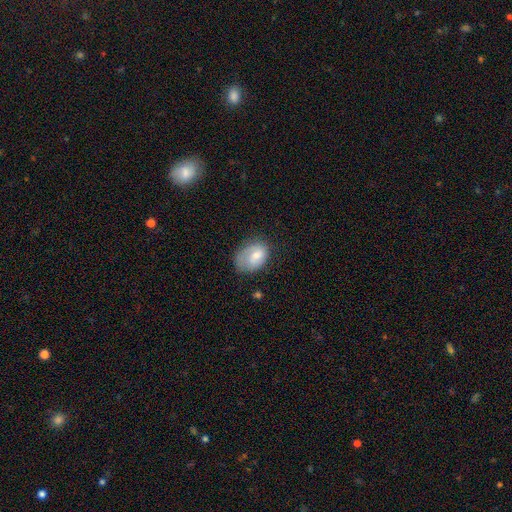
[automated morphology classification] smooth-or-featured: smooth: 64% | featured or disk: 28% | star or artifact: 7%
  how-rounded: in between: 78% | round: 21% | cigar-shaped: 1%
  merging: none: 50% | minor disturbance: 30% | major disturbance: 17% | merger: 2%